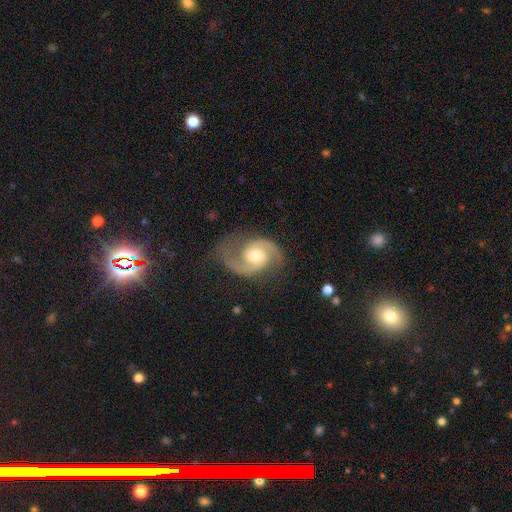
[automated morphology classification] This is clearly a featured or disk galaxy (92%). It is clearly not viewed edge-on (98%). Bar: possibly no (59%). Spiral arm pattern: clearly yes (98%). Spiral arm count: clearly 2 (94%). Spiral winding: likely medium (60%). Central bulge: likely moderate (69%). Merging: likely none (74%).